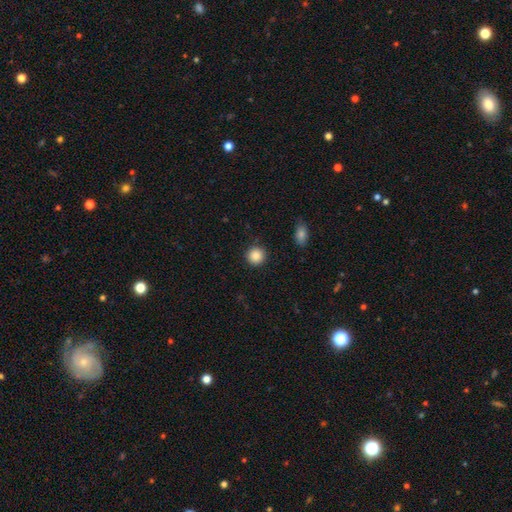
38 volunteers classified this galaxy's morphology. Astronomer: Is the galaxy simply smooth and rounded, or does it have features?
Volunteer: smooth — 92%.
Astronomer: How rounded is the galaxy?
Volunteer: round — 94%.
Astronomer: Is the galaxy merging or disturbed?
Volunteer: none — 92%.